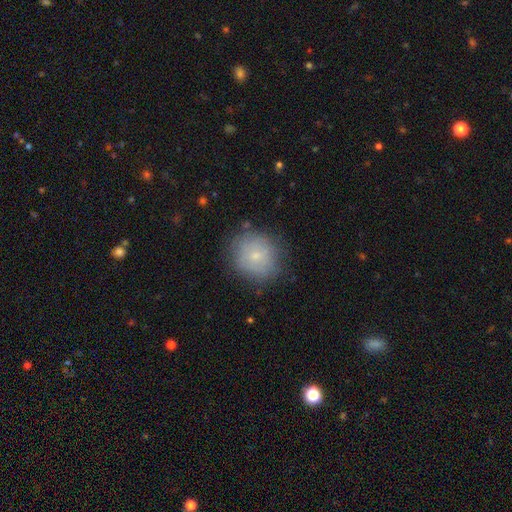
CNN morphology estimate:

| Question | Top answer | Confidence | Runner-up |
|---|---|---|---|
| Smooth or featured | smooth | 70% | featured or disk (21%) |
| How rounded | round | 83% | in between (16%) |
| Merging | none | 75% | minor disturbance (17%) |